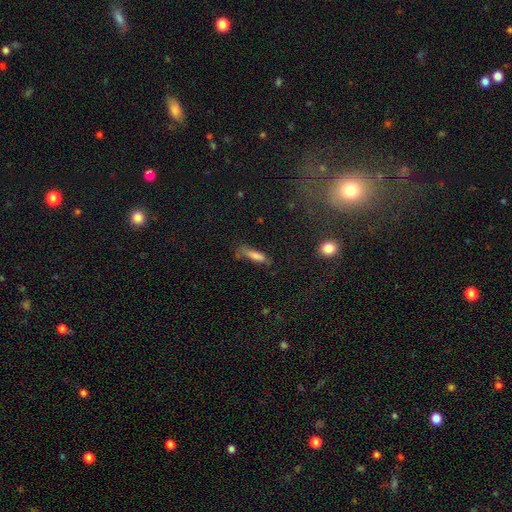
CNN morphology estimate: smooth 71%, featured or disk 18%, star or artifact 11%. Down the decision tree: how rounded — cigar-shaped (79%); merging — none (65%).